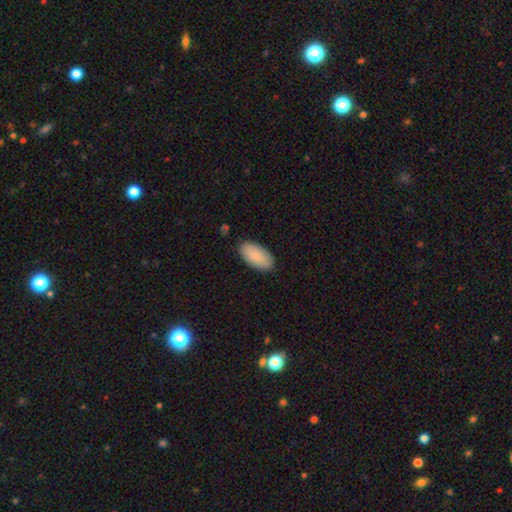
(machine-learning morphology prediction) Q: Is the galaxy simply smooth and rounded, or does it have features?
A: smooth — 88%.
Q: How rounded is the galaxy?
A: in between — 95%.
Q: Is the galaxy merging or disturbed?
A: none — 87%.